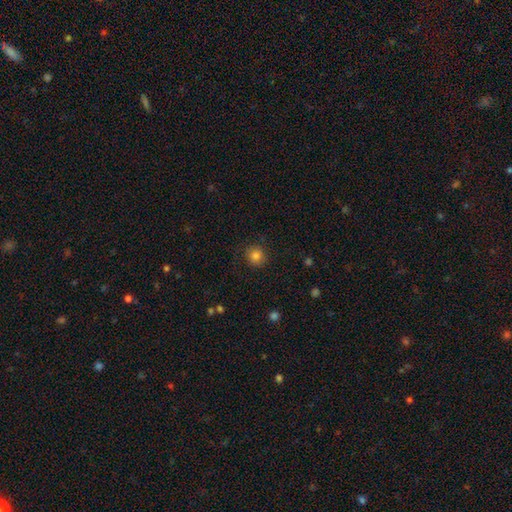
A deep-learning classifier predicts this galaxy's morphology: smooth_or_featured: smooth (p=0.84) [alt: star or artifact p=0.11]
how_rounded: round (p=0.91) [alt: in between p=0.08]
merging: none (p=0.87) [alt: minor disturbance p=0.09]